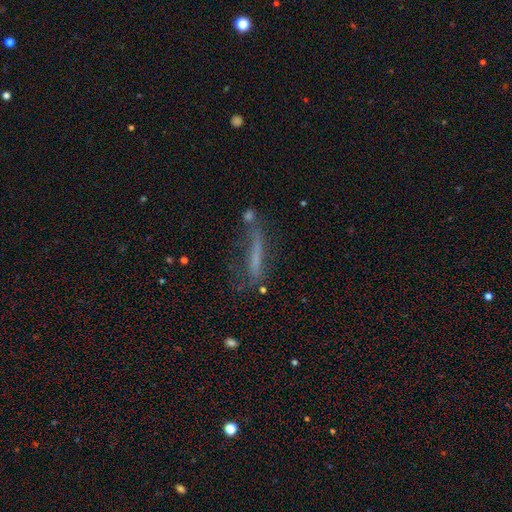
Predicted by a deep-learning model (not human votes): A smooth galaxy with no disk features (42%). Merging: none (44%).